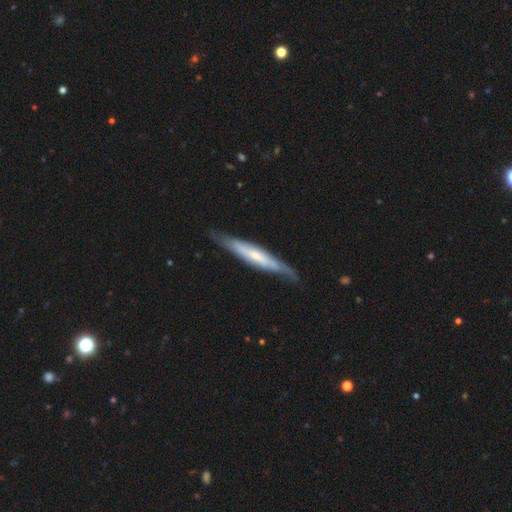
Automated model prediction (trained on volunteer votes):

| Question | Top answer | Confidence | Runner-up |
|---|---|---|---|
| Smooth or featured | featured or disk | 62% | smooth (33%) |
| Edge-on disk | yes | 72% | no (28%) |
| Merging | none | 72% | minor disturbance (21%) |